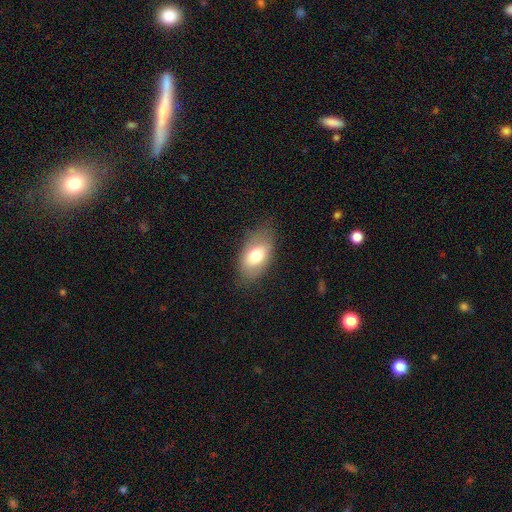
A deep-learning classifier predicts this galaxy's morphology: Smooth or featured? Predicted: smooth (p=0.71). How rounded? Predicted: in between (p=0.90). Merging? Predicted: none (p=0.68).